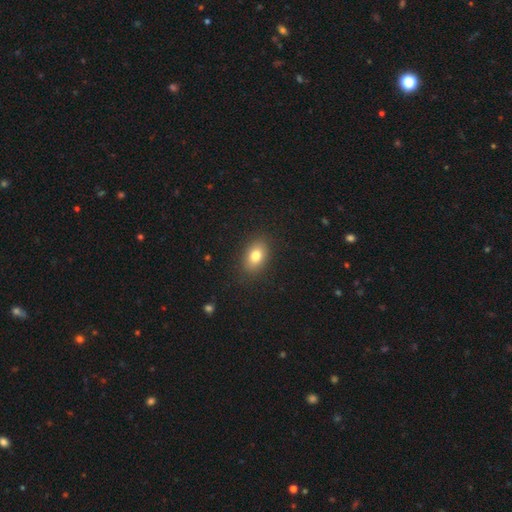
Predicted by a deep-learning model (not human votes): Smooth or featured? smooth (79%)
How rounded? in between (81%)
Merging? none (88%)